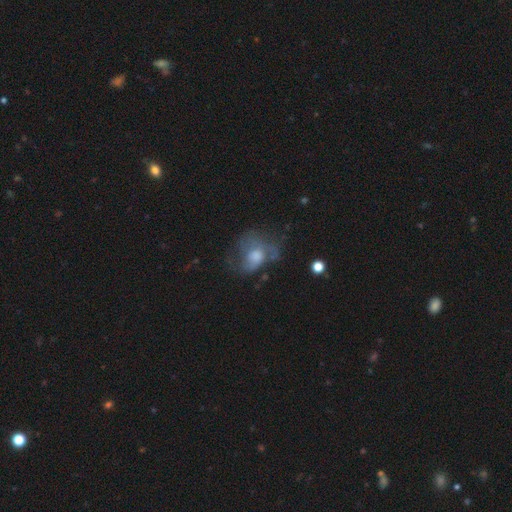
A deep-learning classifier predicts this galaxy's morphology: Overall: featured or disk (53%; smooth 35%). Edge-on disk: no (97%). Bar: no (79%). Spiral arms: yes (53%; no 47%). Bulge size: moderate (51%; large 22%). Merging: none (38%; major disturbance 37%).